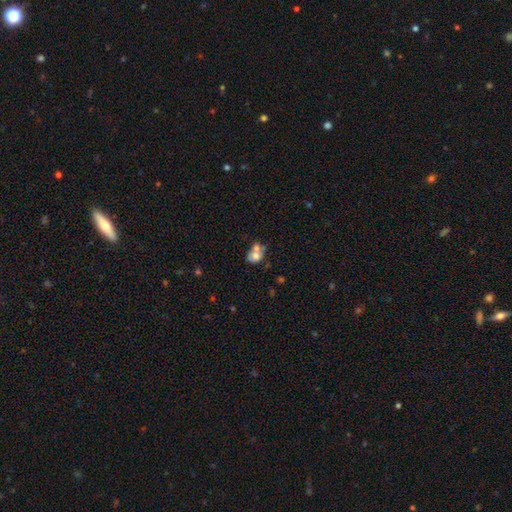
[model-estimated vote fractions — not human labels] Overall: smooth (60%; featured or disk 31%). How rounded: round (50%; in between 49%). Merging: merger (55%; none 26%).